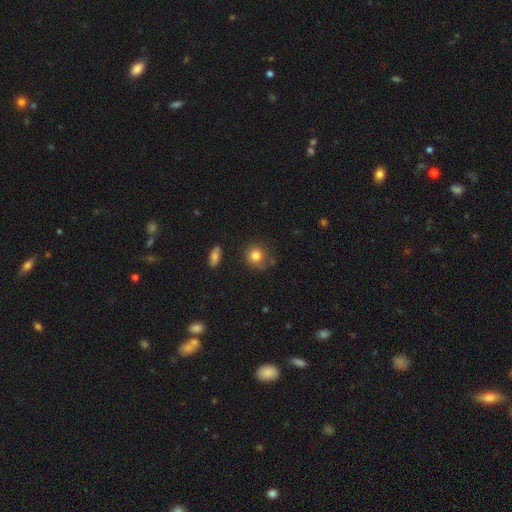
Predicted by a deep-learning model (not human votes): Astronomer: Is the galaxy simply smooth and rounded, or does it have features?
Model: smooth — 81%.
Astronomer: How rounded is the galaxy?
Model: round — 86%.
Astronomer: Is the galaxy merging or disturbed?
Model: none — 77%.